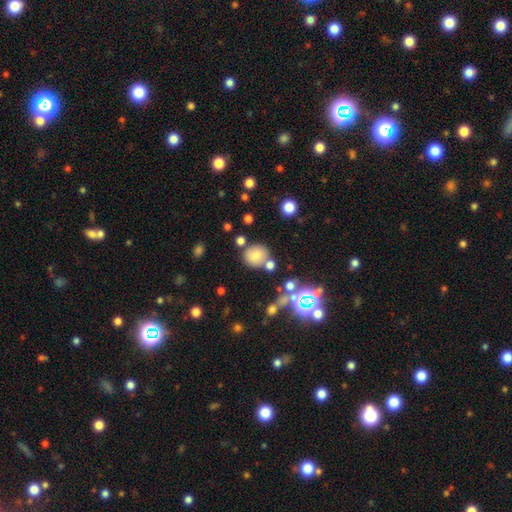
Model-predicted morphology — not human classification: Smooth or featured? Predicted: smooth (p=0.70). How rounded? Predicted: round (p=0.84). Merging? Predicted: none (p=0.69).